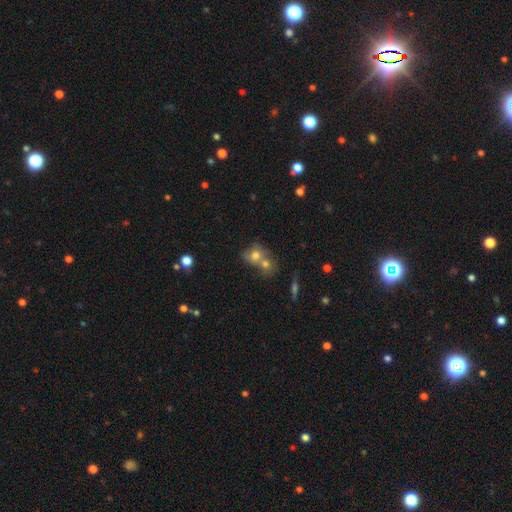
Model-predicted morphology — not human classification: The model was most divided on "how rounded": round: 64%, in between: 34%, cigar-shaped: 1%. More confident: smooth or featured — smooth (70%); merging — merger (62%).